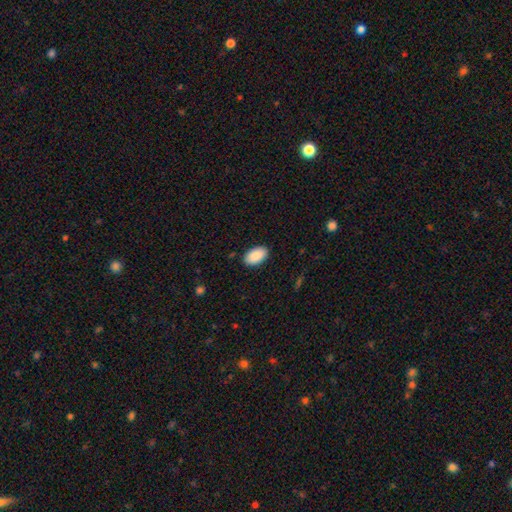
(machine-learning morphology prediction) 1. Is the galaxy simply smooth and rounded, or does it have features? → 90% smooth, 6% star or artifact, 3% featured or disk.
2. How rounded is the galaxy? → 95% in between, 4% round, 1% cigar-shaped.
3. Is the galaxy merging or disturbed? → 88% none, 9% minor disturbance, 2% major disturbance, 1% merger.